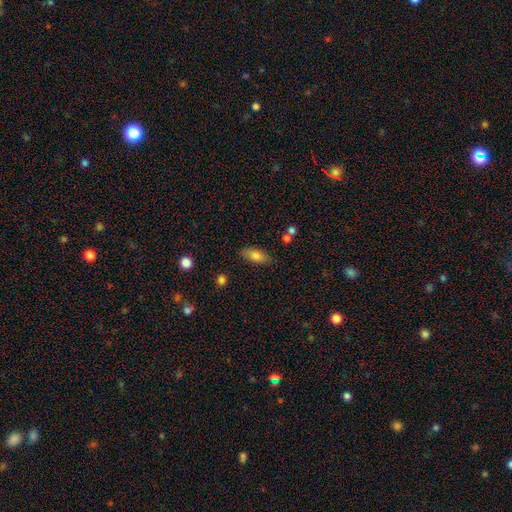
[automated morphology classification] A smooth galaxy with no disk features (78%) that is in between round and cigar-shaped (82%).

Vote fractions:
- Smooth or featured? smooth: 78% / featured or disk: 15% / star or artifact: 7%
- How rounded? in between: 82% / cigar-shaped: 14% / round: 3%
- Merging? none: 80% / minor disturbance: 13% / major disturbance: 3% / merger: 3%